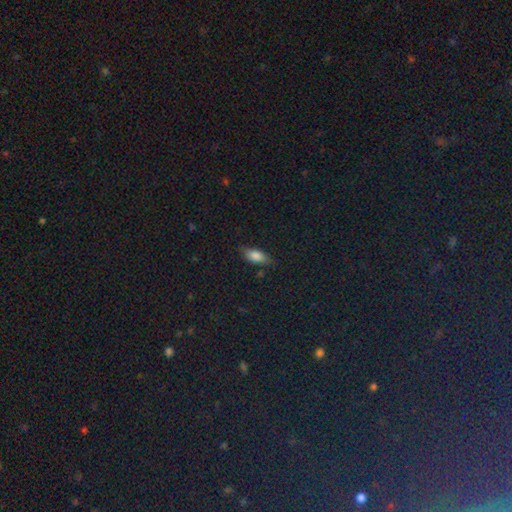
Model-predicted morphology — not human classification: Smooth or featured: smooth — 78% (featured or disk — 13%)
How rounded: in between — 84% (cigar-shaped — 13%)
Merging: none — 75% (minor disturbance — 19%)